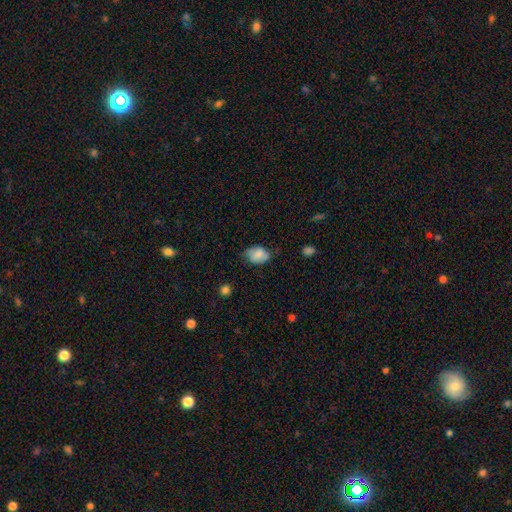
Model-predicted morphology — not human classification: smooth 80%, featured or disk 12%, star or artifact 8%. Down the decision tree: how rounded — in between (78%); merging — none (62%).